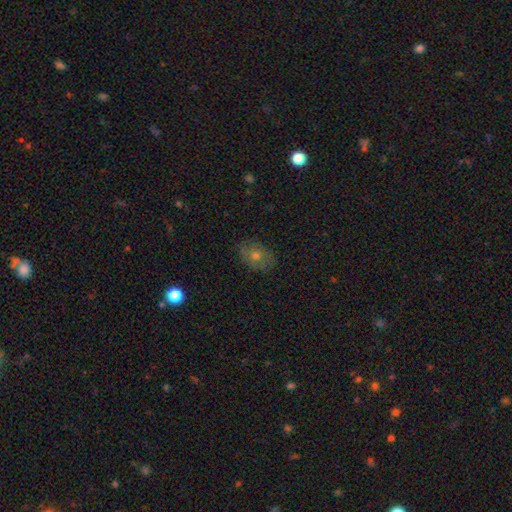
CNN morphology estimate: type=smooth (58%); roundness=in between (65%); merging=none (81%).